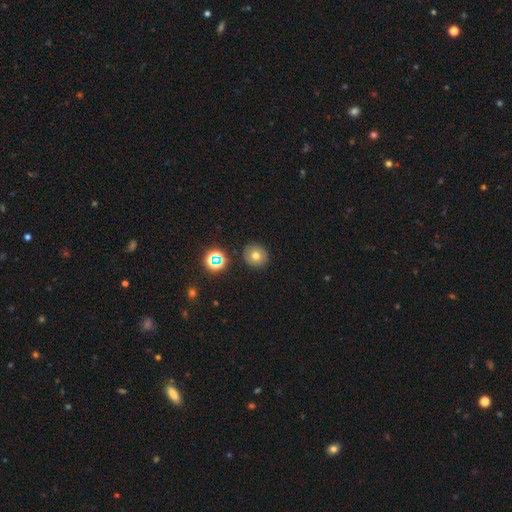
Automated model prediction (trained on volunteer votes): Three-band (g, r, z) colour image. It shows a smooth galaxy with no disk features (66%) that is round (85%). Merging: none (88%).